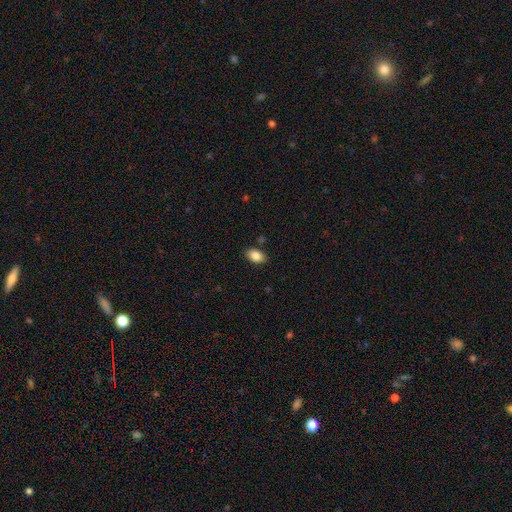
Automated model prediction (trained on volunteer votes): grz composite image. It shows a smooth galaxy with no disk features (86%) that is in between round and cigar-shaped (89%). Merging: none (85%).